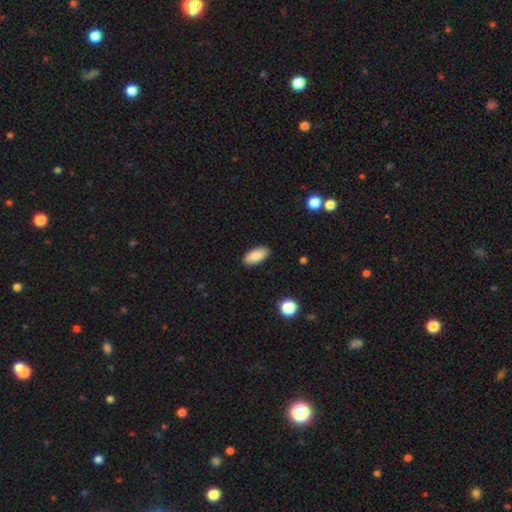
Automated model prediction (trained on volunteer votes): Smooth or featured? smooth (87%)
How rounded? in between (91%)
Merging? none (88%)